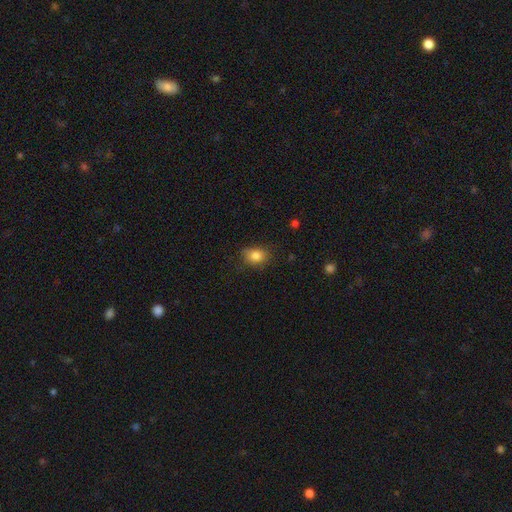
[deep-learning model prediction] smooth-or-featured: smooth: 83% | star or artifact: 10% | featured or disk: 7%
  how-rounded: in between: 57% | round: 41% | cigar-shaped: 1%
  merging: none: 70% | minor disturbance: 23% | major disturbance: 6% | merger: 1%